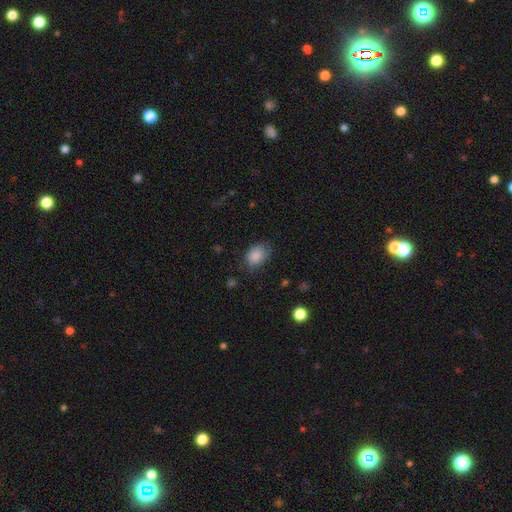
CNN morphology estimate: smooth_or_featured: smooth (p=0.85) [alt: star or artifact p=0.08]
how_rounded: in between (p=0.74) [alt: round p=0.25]
merging: none (p=0.66) [alt: minor disturbance p=0.26]